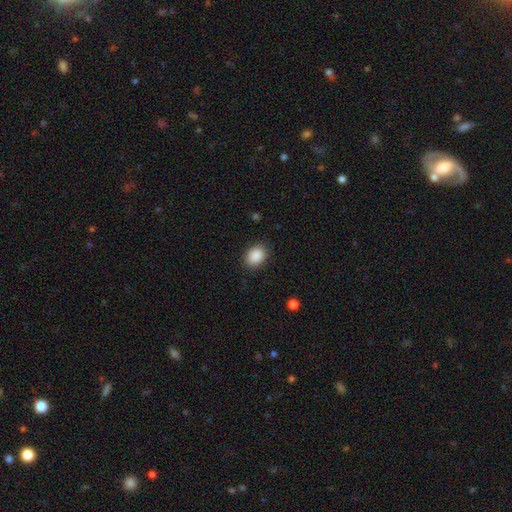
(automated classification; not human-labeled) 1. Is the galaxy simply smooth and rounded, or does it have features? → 89% smooth, 8% star or artifact, 3% featured or disk.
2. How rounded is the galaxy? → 71% in between, 28% round, 1% cigar-shaped.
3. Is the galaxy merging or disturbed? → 87% none, 9% minor disturbance, 3% major disturbance, 1% merger.